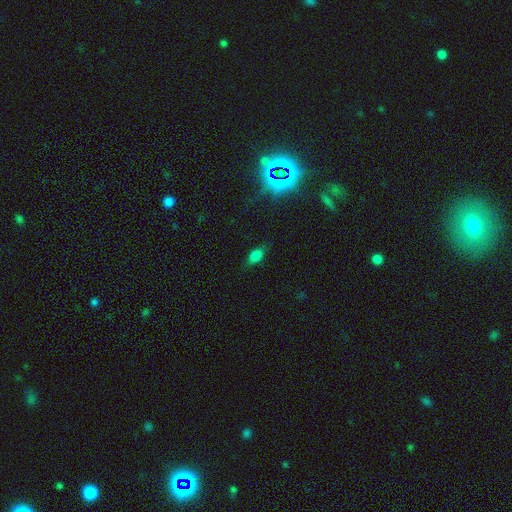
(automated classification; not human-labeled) A smooth galaxy with no disk features (72%) that is in between round and cigar-shaped (83%).

Vote fractions:
- Smooth or featured? smooth: 72% / star or artifact: 16% / featured or disk: 13%
- How rounded? in between: 83% / cigar-shaped: 9% / round: 8%
- Merging? none: 73% / minor disturbance: 19% / major disturbance: 6% / merger: 1%